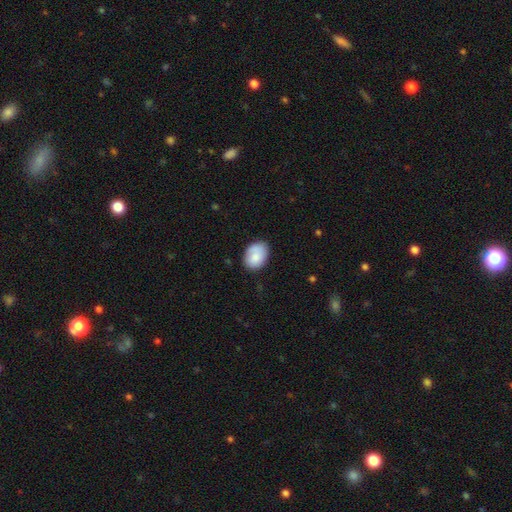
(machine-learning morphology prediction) Smooth or featured?
  - smooth: 81% *
  - featured or disk: 12%
  - star or artifact: 7%
How rounded?
  - in between: 76% *
  - round: 23%
  - cigar-shaped: 1%
Merging?
  - none: 70% *
  - minor disturbance: 23%
  - major disturbance: 5%
  - merger: 2%